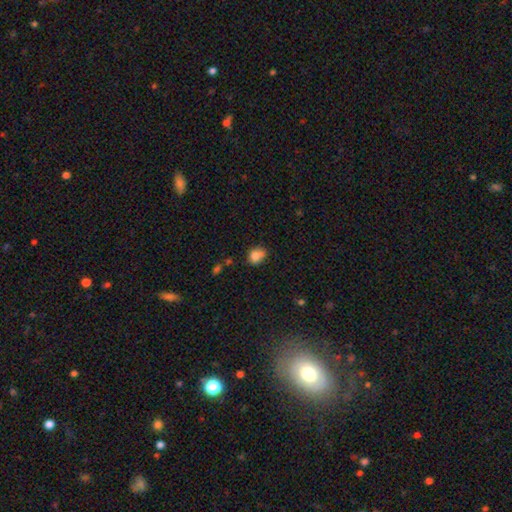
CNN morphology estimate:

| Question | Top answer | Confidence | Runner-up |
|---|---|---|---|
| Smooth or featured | smooth | 81% | star or artifact (10%) |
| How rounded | in between | 51% | round (48%) |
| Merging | none | 54% | minor disturbance (30%) |